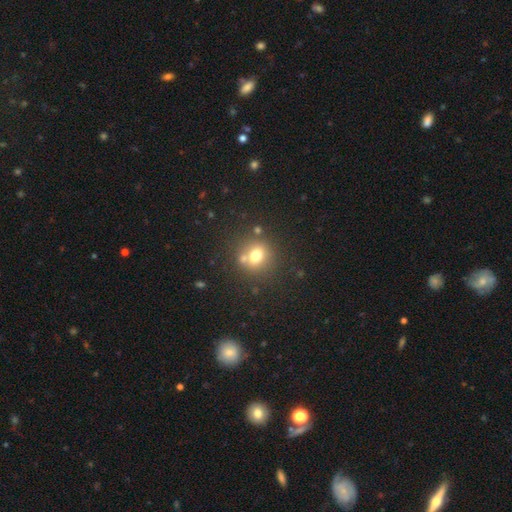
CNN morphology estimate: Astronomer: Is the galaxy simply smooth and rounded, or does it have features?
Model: smooth — 70%.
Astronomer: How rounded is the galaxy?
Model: round — 78%.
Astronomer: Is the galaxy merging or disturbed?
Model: none — 67%.